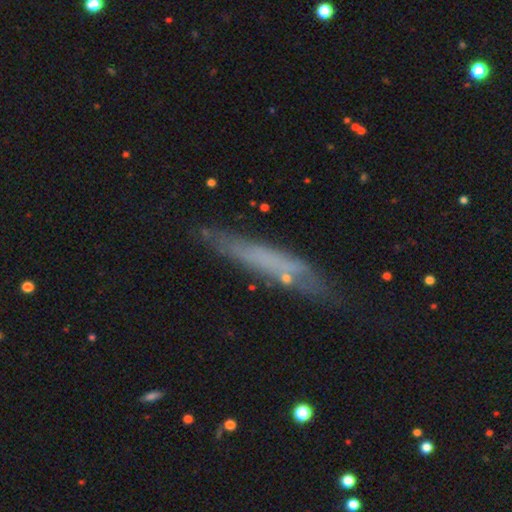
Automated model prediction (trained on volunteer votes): Smooth or featured? smooth (51%)
How rounded? cigar-shaped (89%)
Merging? none (77%)